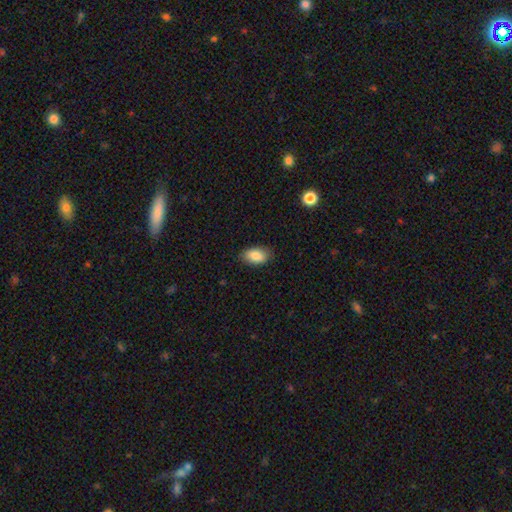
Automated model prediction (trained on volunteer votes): The model was most divided on "merging": none: 84%, minor disturbance: 12%, major disturbance: 2%, merger: 1%. More confident: how rounded — in between (92%); smooth or featured — smooth (85%).